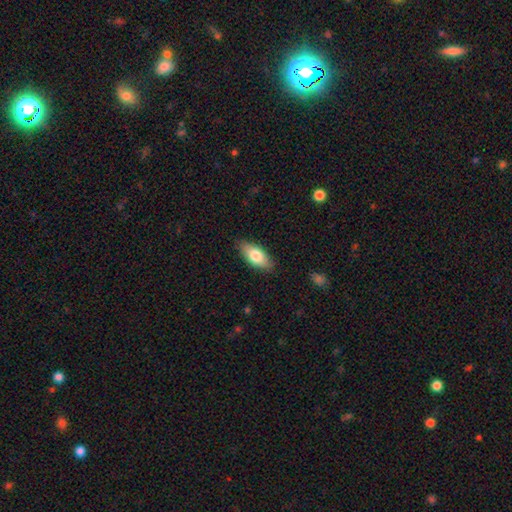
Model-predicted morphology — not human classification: smooth_or_featured: smooth (p=0.77) [alt: featured or disk p=0.17]
how_rounded: in between (p=0.87) [alt: cigar-shaped p=0.10]
merging: none (p=0.84) [alt: minor disturbance p=0.13]